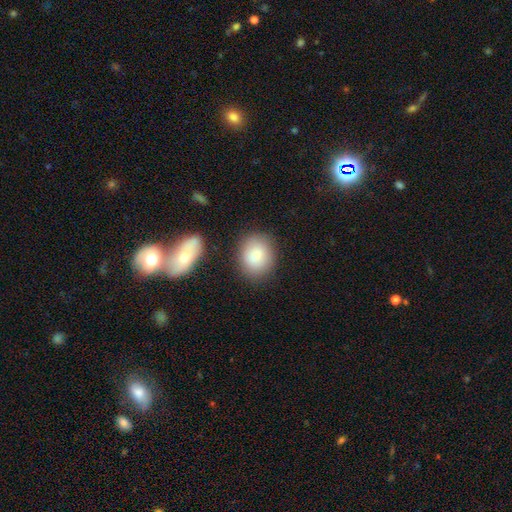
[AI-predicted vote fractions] Smooth or featured? smooth (83%)
How rounded? round (50%)
Merging? none (80%)